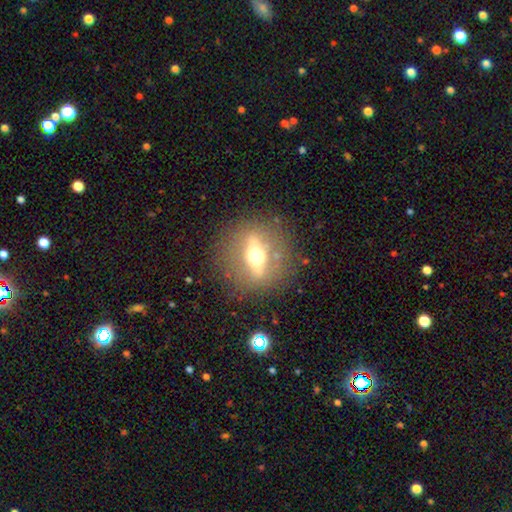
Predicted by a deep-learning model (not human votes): smooth-or-featured: featured or disk: 72% | smooth: 18% | star or artifact: 10%
  disk-edge-on: yes: 60% | no: 40%
  merging: none: 83% | minor disturbance: 9% | major disturbance: 6% | merger: 2%